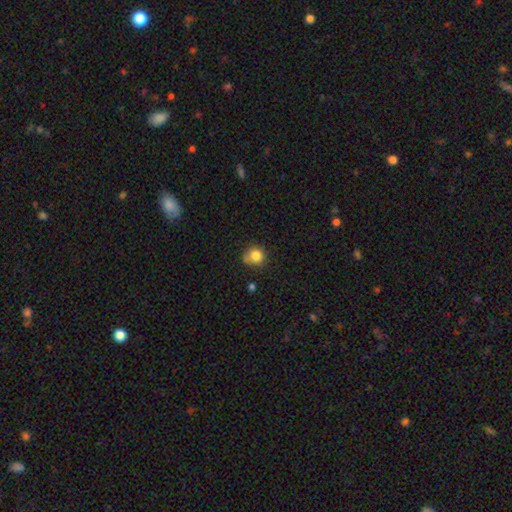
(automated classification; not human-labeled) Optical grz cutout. It shows a smooth galaxy with no disk features (83%) that is round (89%). Merging: none (70%).